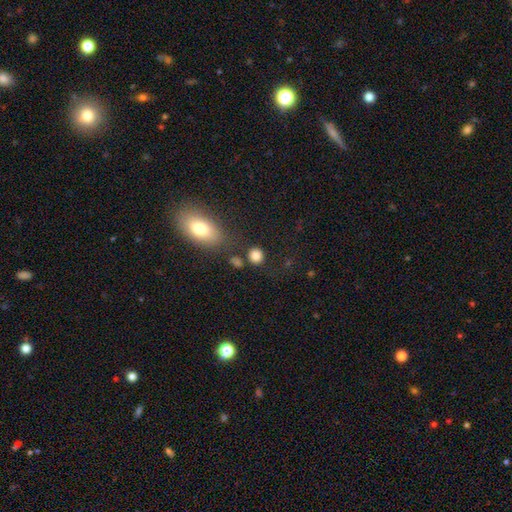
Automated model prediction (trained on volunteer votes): A smooth galaxy with no disk features (84%) that is round (82%). Merging: none (77%).